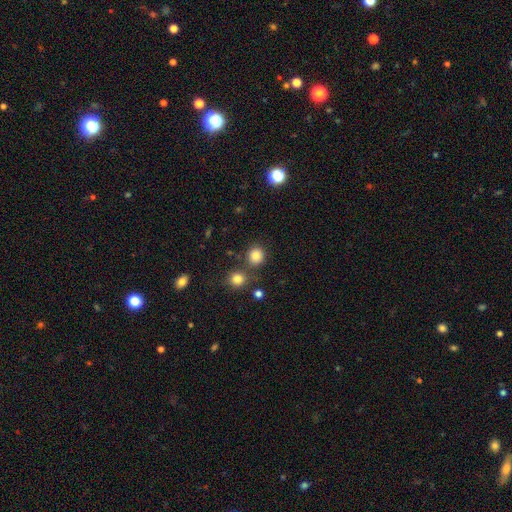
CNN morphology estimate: This is clearly a smooth galaxy (83%). How rounded: clearly round (86%). Merging: likely none (77%).